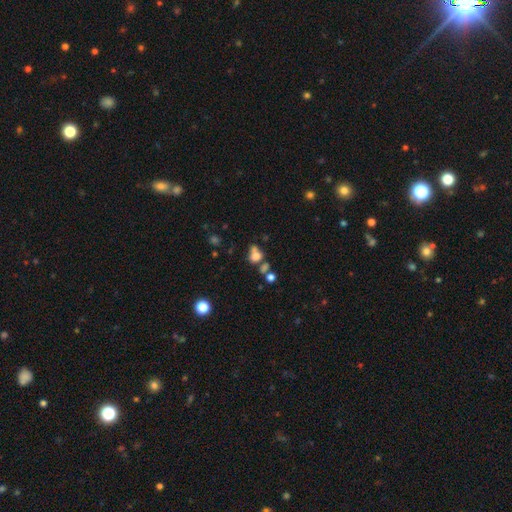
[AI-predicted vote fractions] smooth 64%, featured or disk 19%, star or artifact 17%. Down the decision tree: how rounded — in between (55%); merging — merger (39%).